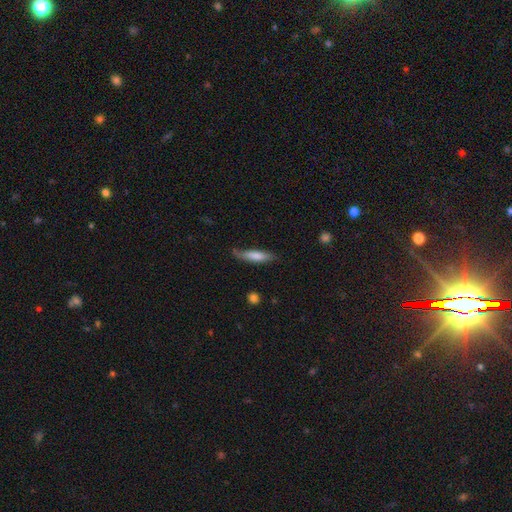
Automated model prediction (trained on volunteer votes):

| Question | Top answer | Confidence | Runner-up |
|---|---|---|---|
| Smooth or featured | smooth | 74% | featured or disk (20%) |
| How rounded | cigar-shaped | 73% | in between (26%) |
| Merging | none | 67% | minor disturbance (26%) |